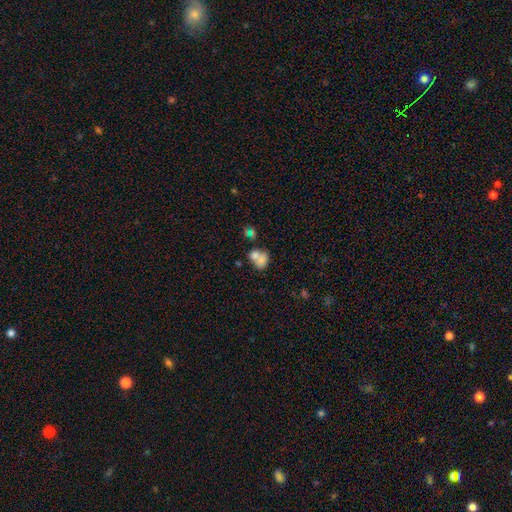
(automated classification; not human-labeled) Smooth or featured?
  - smooth: 70% *
  - featured or disk: 19%
  - star or artifact: 11%
How rounded?
  - in between: 54% *
  - round: 44%
  - cigar-shaped: 1%
Merging?
  - merger: 60% *
  - none: 24%
  - minor disturbance: 9%
  - major disturbance: 6%